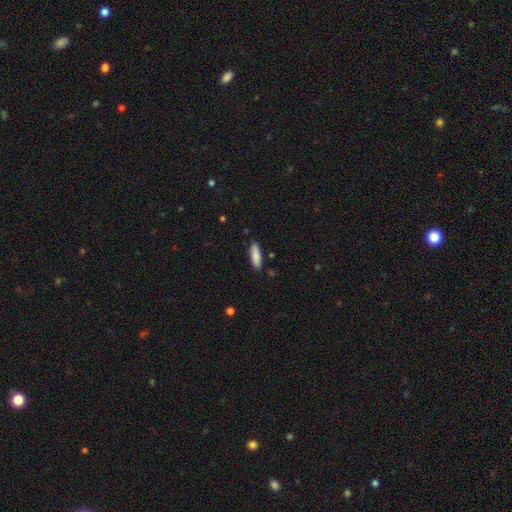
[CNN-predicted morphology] Overall: smooth (87%). How rounded: cigar-shaped (50%; in between 49%). Merging: none (87%).